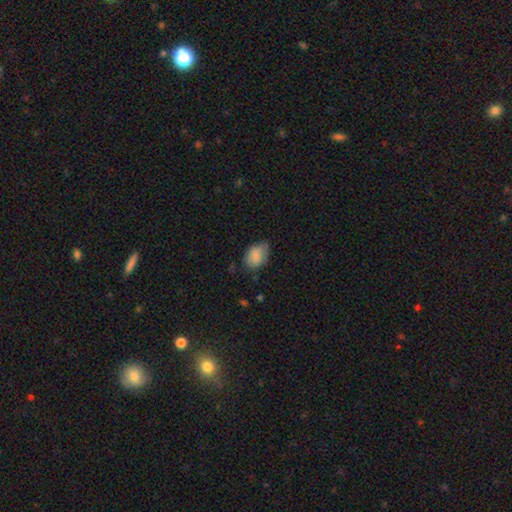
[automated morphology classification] Smooth or featured? smooth (84%)
How rounded? in between (80%)
Merging? none (61%)